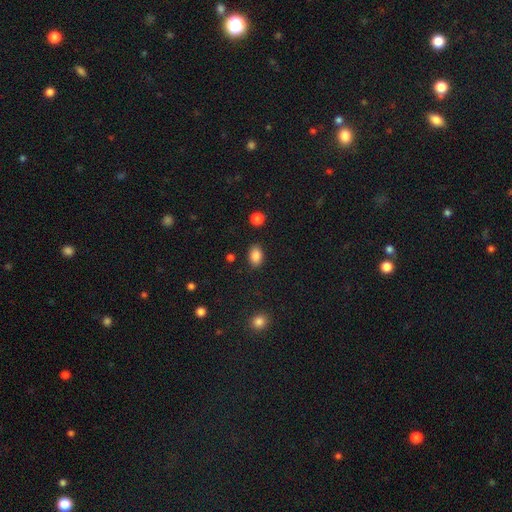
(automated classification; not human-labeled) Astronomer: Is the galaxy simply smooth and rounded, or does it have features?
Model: smooth — 86%.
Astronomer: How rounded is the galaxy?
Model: in between — 82%.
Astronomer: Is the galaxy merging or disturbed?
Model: none — 86%.